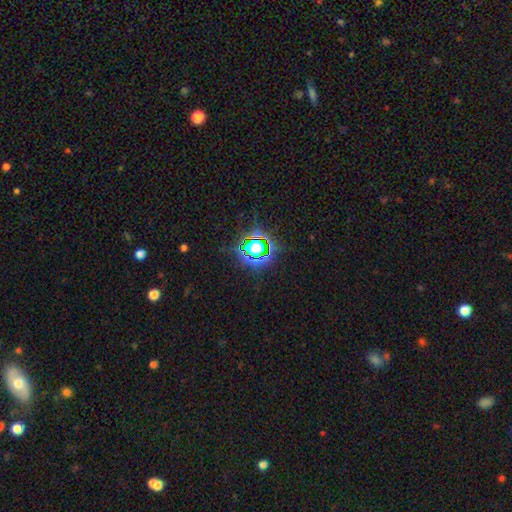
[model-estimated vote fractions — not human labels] Q: Smooth or featured?
A: star or artifact (81%); runner-up: smooth (12%)